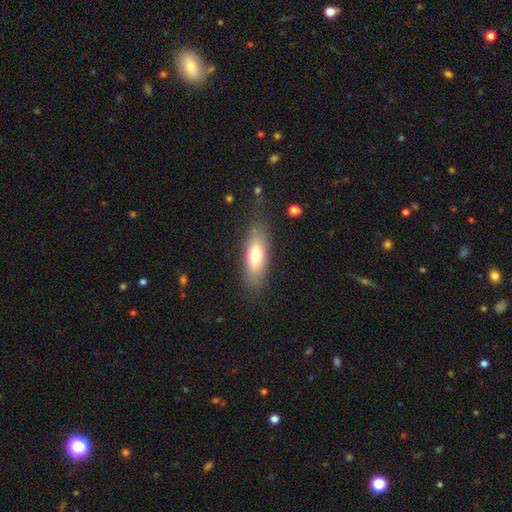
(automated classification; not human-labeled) This appears to be a smooth galaxy with no disk features (70%) that is in between round and cigar-shaped (70%). Merging: none (78%).